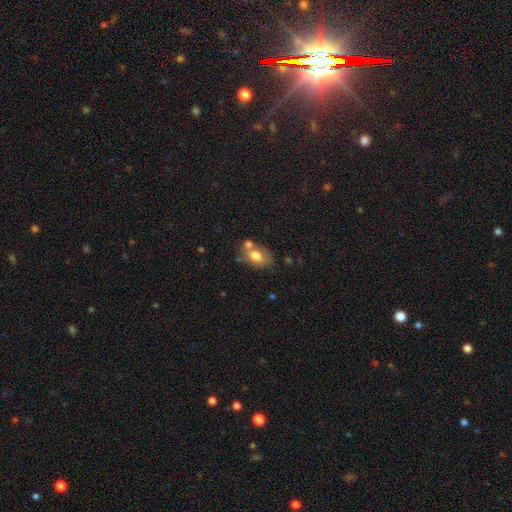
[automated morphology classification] Overall: smooth (74%). How rounded: in between (81%). Merging: none (47%; merger 29%).